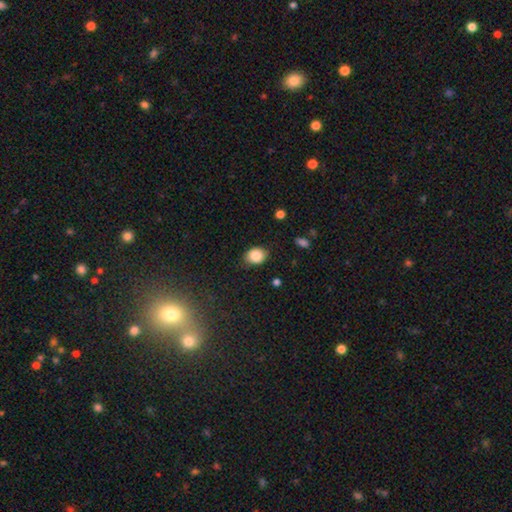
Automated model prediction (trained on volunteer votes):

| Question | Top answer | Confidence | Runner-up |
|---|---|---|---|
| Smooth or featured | smooth | 86% | star or artifact (8%) |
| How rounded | in between | 61% | round (38%) |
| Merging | none | 81% | minor disturbance (15%) |